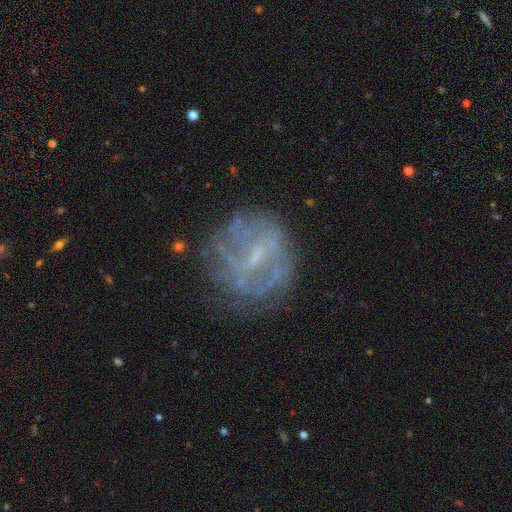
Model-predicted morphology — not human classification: A featured or disk galaxy (66%) with a weak bar (49%), no spiral arms (54%) and a small central bulge (48%).

Vote fractions:
- Smooth or featured? featured or disk: 66% / smooth: 21% / star or artifact: 14%
- Edge-on disk? no: 97% / yes: 3%
- Bar? weak: 49% / no: 32% / strong: 19%
- Spiral arms? no: 54% / yes: 46%
- Bulge size? small: 48% / none: 31% / moderate: 19% / large: 1% / dominant: 1%
- Merging? none: 67% / minor disturbance: 17% / major disturbance: 14% / merger: 3%